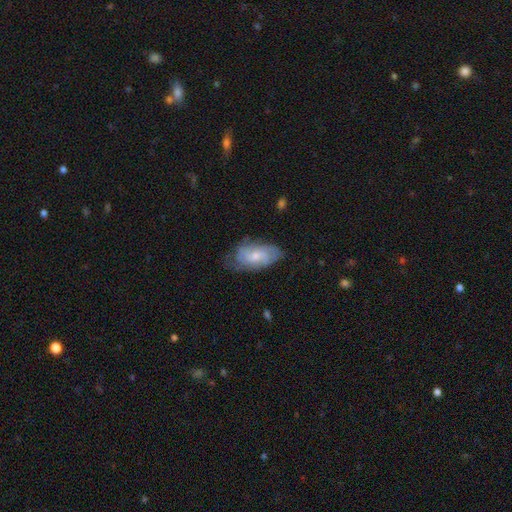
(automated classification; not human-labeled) Smooth or featured? Predicted: featured or disk (p=0.57). Edge-on disk? Predicted: no (p=0.94). Bar? Predicted: no (p=0.70). Spiral arms? Predicted: yes (p=0.82). Bulge size? Predicted: small (p=0.54). Merging? Predicted: none (p=0.62).